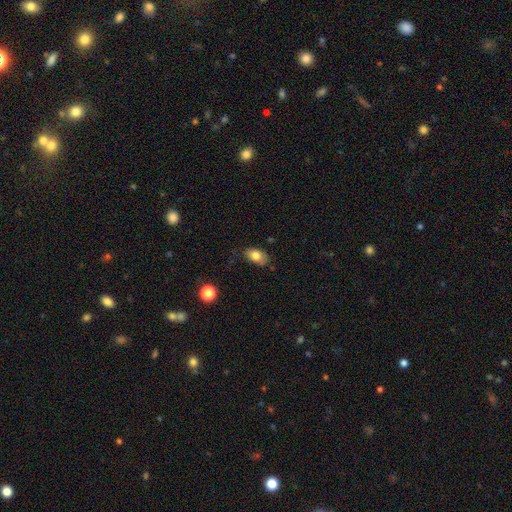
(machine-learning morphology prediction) Q: Smooth or featured?
A: smooth (81%); runner-up: featured or disk (11%)
Q: How rounded?
A: in between (87%); runner-up: round (12%)
Q: Merging?
A: none (68%); runner-up: minor disturbance (25%)